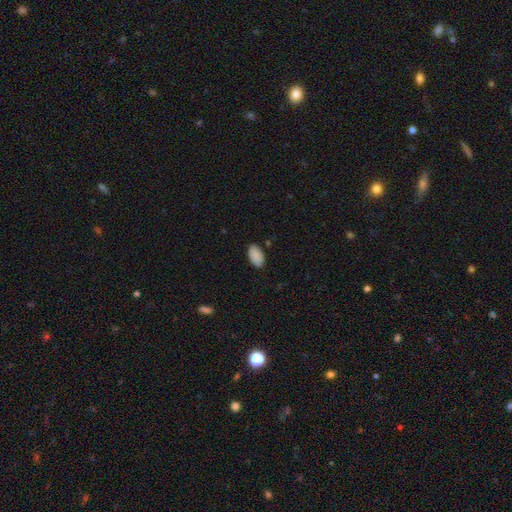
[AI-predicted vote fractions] smooth 89%, star or artifact 7%, featured or disk 4%. Down the decision tree: how rounded — in between (95%); merging — none (86%).